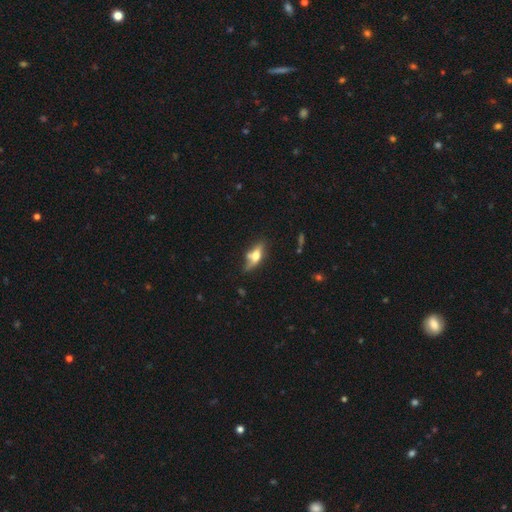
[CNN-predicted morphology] featured or disk 46% (tied), smooth 46% (tied), star or artifact 8%. Down the decision tree: merging — none (58%).